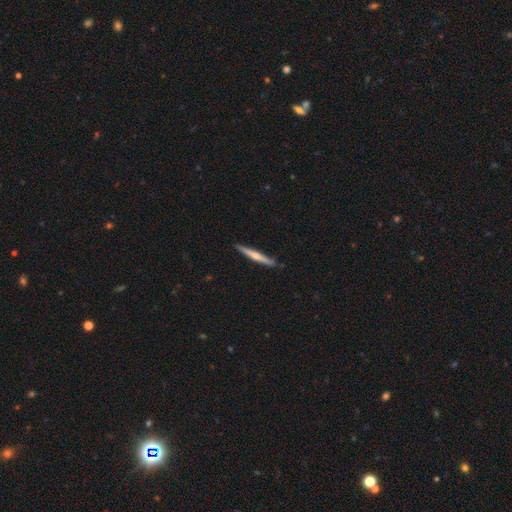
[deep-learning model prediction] smooth_or_featured: featured or disk (p=0.53) [alt: smooth p=0.42]
disk_edge_on: yes (p=0.97) [alt: no p=0.03]
edge_on_bulge: rounded (p=0.69) [alt: none p=0.24]
merging: none (p=0.90) [alt: minor disturbance p=0.08]